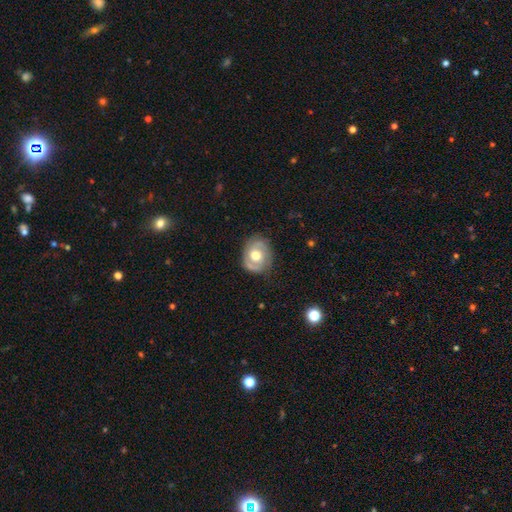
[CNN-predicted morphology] smooth-or-featured: featured or disk: 69% | smooth: 25% | star or artifact: 6%
  disk-edge-on: no: 97% | yes: 3%
    bar: no: 69% | weak: 26% | strong: 6%
    has-spiral-arms: yes: 81% | no: 19%
      spiral-winding: tight: 47% | medium: 39% | loose: 14%
      spiral-arm-count: 2: 74% | can't tell: 13% | 1: 5% | 3: 4% | 4: 1% | more than 4: 1%
    bulge-size: moderate: 70% | large: 20% | small: 7% | dominant: 1% | none: 1%
  merging: none: 75% | minor disturbance: 18% | major disturbance: 6% | merger: 1%